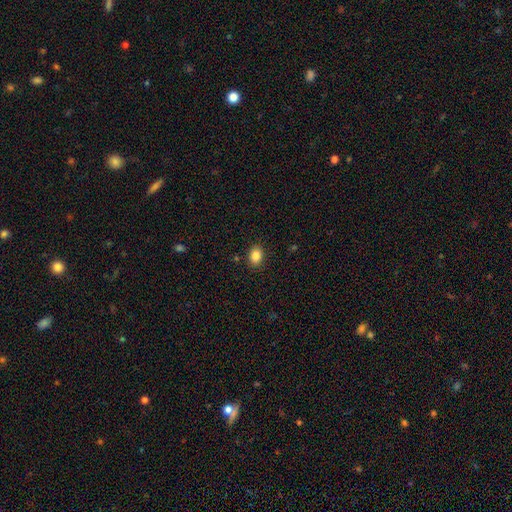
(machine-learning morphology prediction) smooth 85%, star or artifact 9%, featured or disk 5%. Down the decision tree: how rounded — in between (73%); merging — none (88%).